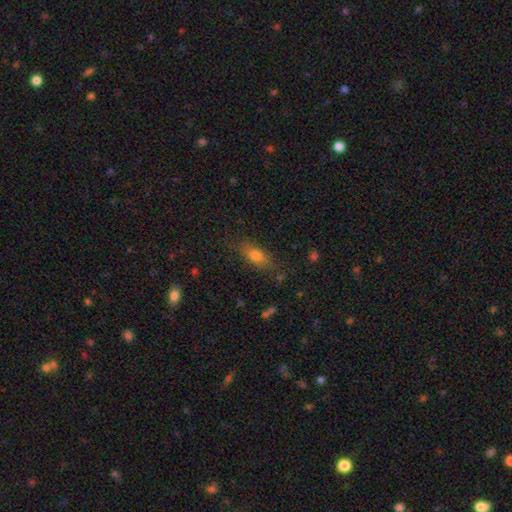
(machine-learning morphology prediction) type=smooth (73%); roundness=in between (73%); merging=none (76%).